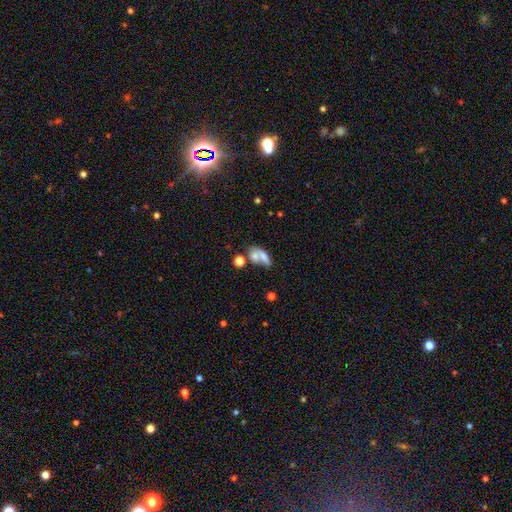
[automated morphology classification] Smooth or featured? smooth (65%)
How rounded? in between (68%)
Merging? merger (54%)